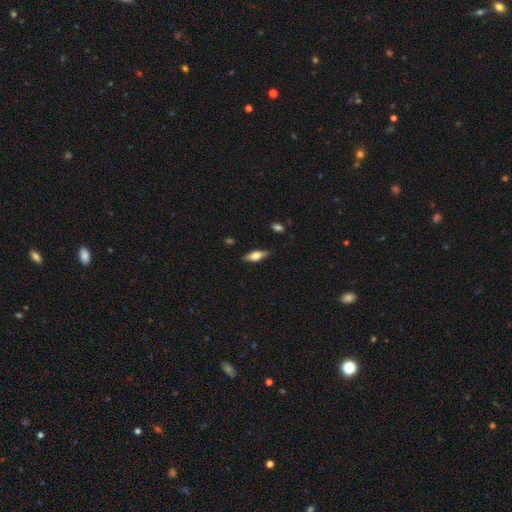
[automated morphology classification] Smooth or featured: smooth — 52% (featured or disk — 41%)
How rounded: in between — 60% (cigar-shaped — 37%)
Merging: none — 86% (minor disturbance — 11%)